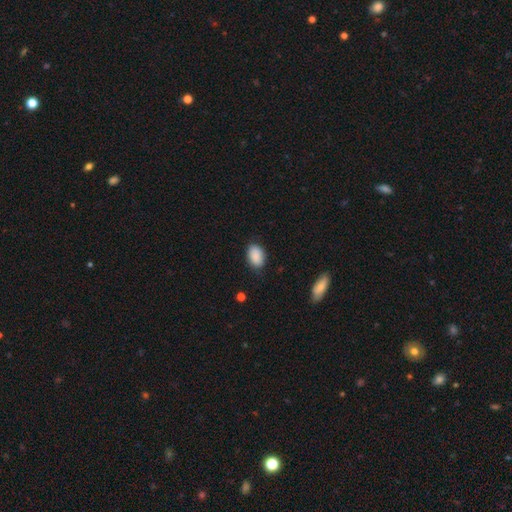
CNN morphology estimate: smooth-or-featured: smooth: 89% | star or artifact: 7% | featured or disk: 4%
  how-rounded: in between: 88% | round: 11% | cigar-shaped: 1%
  merging: none: 80% | minor disturbance: 15% | major disturbance: 3% | merger: 1%